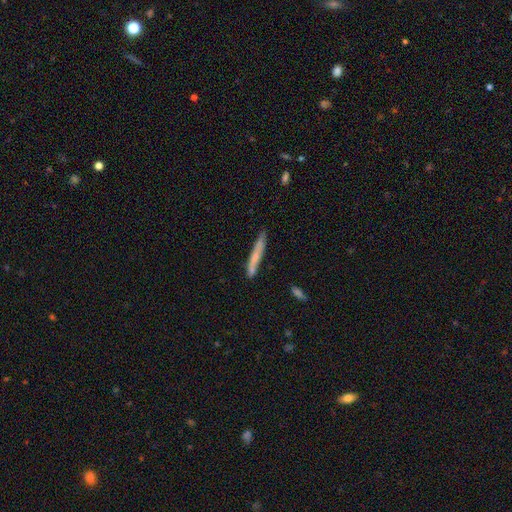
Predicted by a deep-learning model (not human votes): Smooth or featured: smooth — 63% (featured or disk — 31%)
How rounded: cigar-shaped — 94% (in between — 4%)
Merging: none — 72% (minor disturbance — 20%)